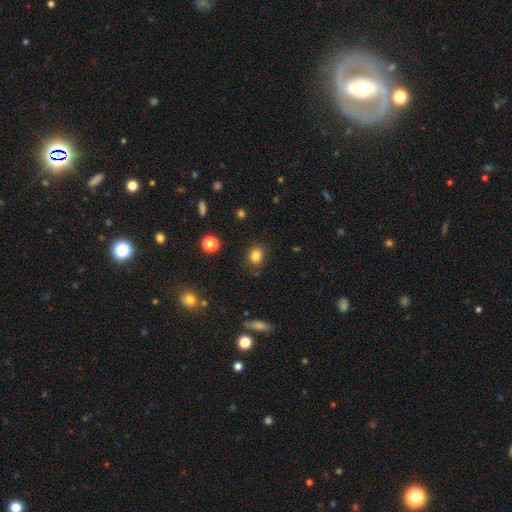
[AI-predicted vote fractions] This appears to be a smooth galaxy with no disk features (83%) that is round (59%). Merging: none (84%).